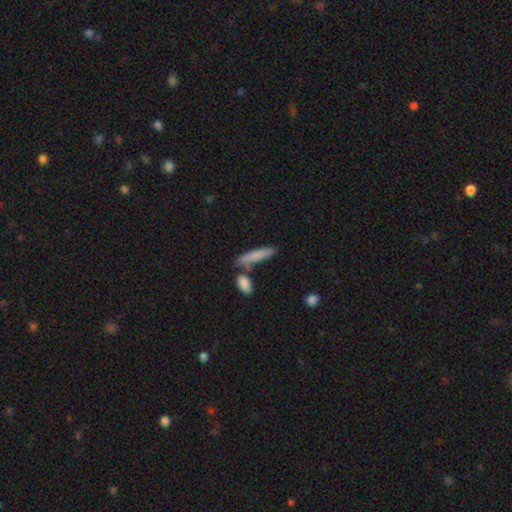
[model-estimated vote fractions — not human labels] smooth 77%, featured or disk 17%, star or artifact 6%. Down the decision tree: how rounded — cigar-shaped (82%); merging — none (68%).